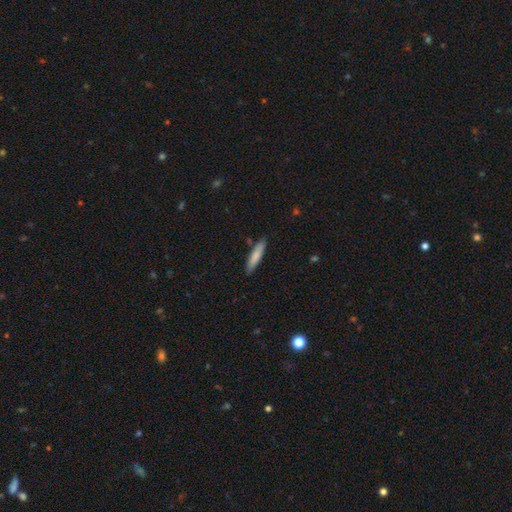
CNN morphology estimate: smooth 80%, featured or disk 15%, star or artifact 6%. Down the decision tree: how rounded — cigar-shaped (83%); merging — none (84%).